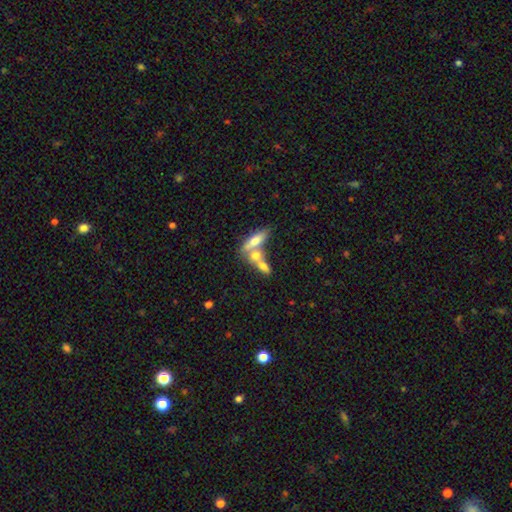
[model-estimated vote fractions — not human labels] smooth_or_featured: smooth (p=0.60) [alt: featured or disk p=0.32]
how_rounded: in between (p=0.61) [alt: cigar-shaped p=0.33]
merging: merger (p=0.66) [alt: none p=0.22]